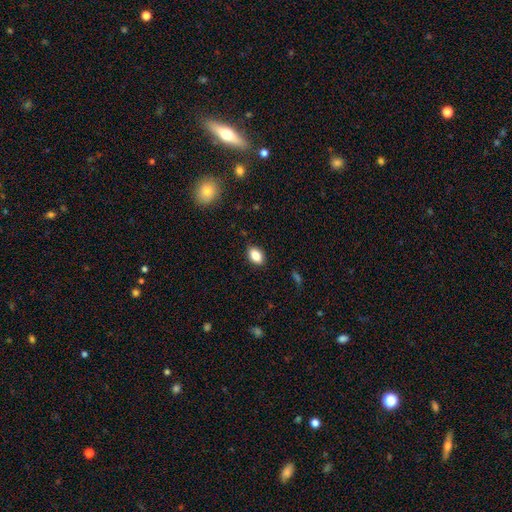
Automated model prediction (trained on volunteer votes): Smooth or featured: smooth — 85% (star or artifact — 9%)
How rounded: in between — 85% (round — 13%)
Merging: none — 87% (minor disturbance — 10%)